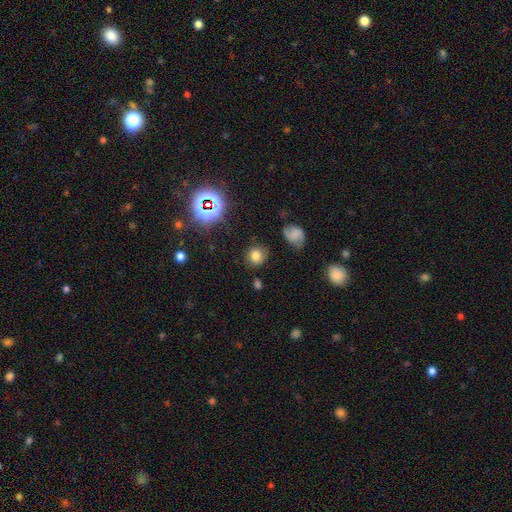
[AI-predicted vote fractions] smooth 72%, star or artifact 18%, featured or disk 10%. Down the decision tree: how rounded — round (82%); merging — none (81%).